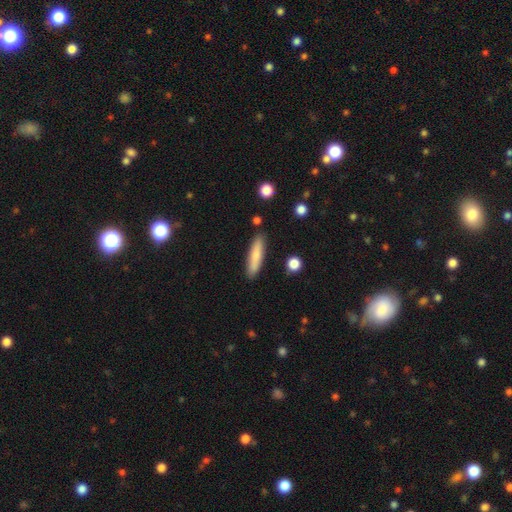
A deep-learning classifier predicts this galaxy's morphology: Smooth or featured? smooth (75%)
How rounded? cigar-shaped (79%)
Merging? none (87%)